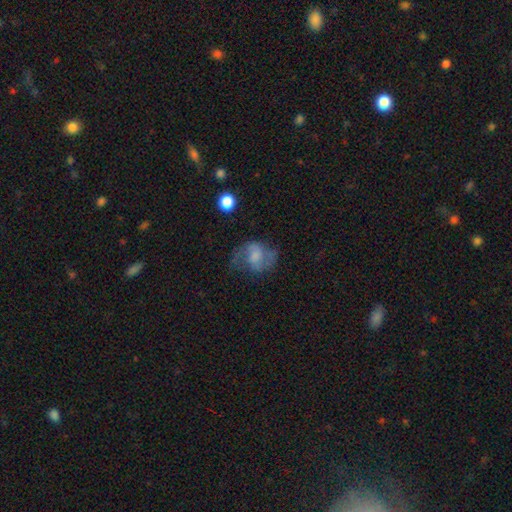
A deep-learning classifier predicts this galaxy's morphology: Smooth or featured? Predicted: featured or disk (p=0.57). Edge-on disk? Predicted: no (p=0.97). Bar? Predicted: no (p=0.58). Spiral arms? Predicted: yes (p=0.80). Bulge size? Predicted: moderate (p=0.29, tied with none). Merging? Predicted: none (p=0.48).